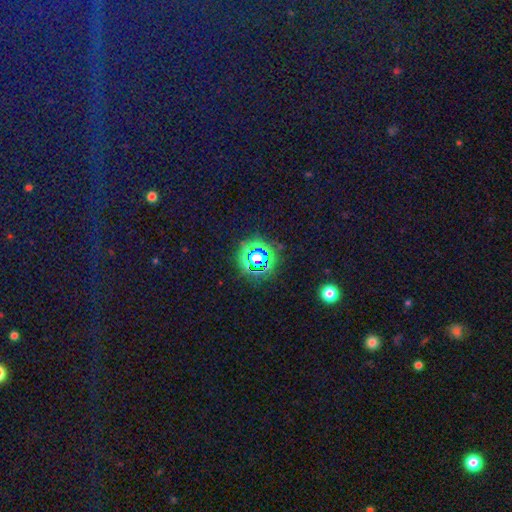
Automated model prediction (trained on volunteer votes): smooth-or-featured: star or artifact: 71% | smooth: 19% | featured or disk: 10%